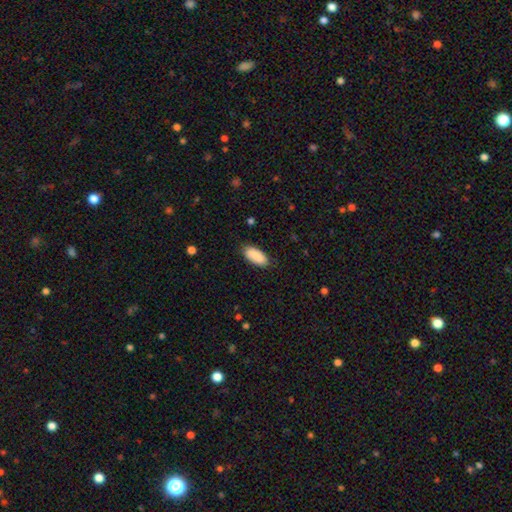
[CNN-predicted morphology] Smooth or featured?
  - smooth: 90% *
  - star or artifact: 6%
  - featured or disk: 4%
How rounded?
  - in between: 91% *
  - cigar-shaped: 8%
  - round: 2%
Merging?
  - none: 85% *
  - minor disturbance: 11%
  - major disturbance: 2%
  - merger: 1%